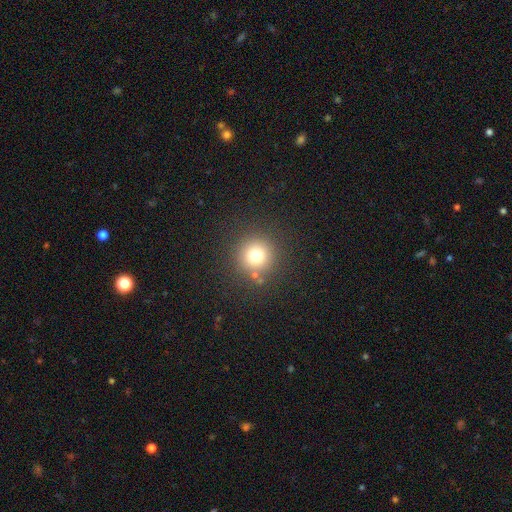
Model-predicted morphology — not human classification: smooth_or_featured: smooth (p=0.75) [alt: star or artifact p=0.16]
how_rounded: round (p=0.95) [alt: in between p=0.04]
merging: none (p=0.85) [alt: minor disturbance p=0.07]